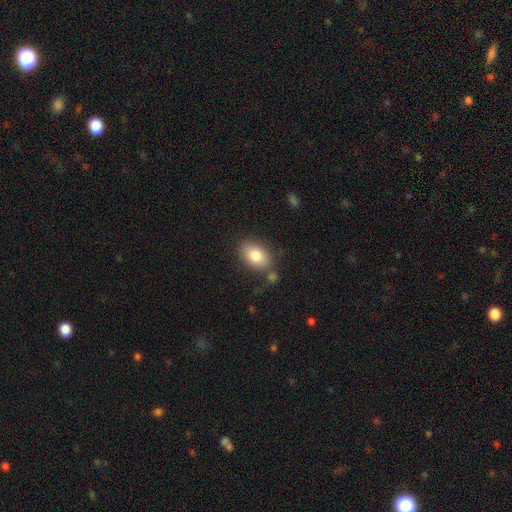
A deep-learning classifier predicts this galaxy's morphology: Smooth or featured?
  - smooth: 82% *
  - featured or disk: 10%
  - star or artifact: 7%
How rounded?
  - in between: 86% *
  - round: 12%
  - cigar-shaped: 1%
Merging?
  - none: 73% *
  - minor disturbance: 14%
  - merger: 8%
  - major disturbance: 5%